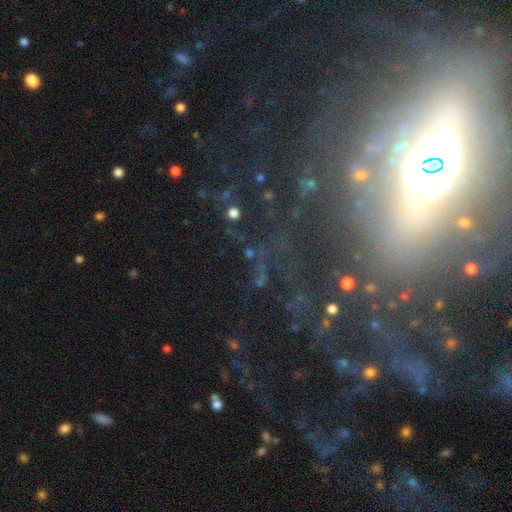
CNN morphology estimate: A star or artifact, not a galaxy (47%).

Vote fractions:
- Smooth or featured? star or artifact: 47% / featured or disk: 35% / smooth: 18%